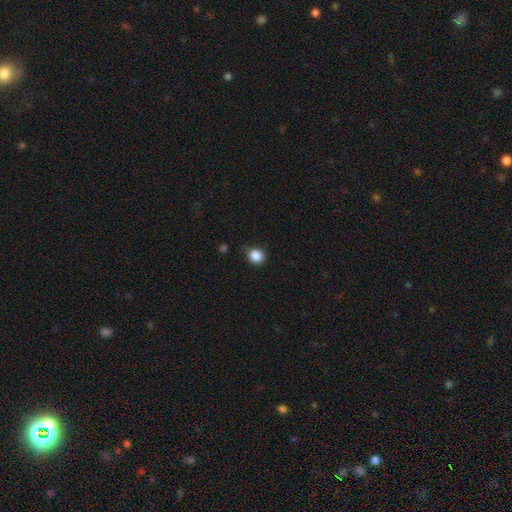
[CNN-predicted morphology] smooth-or-featured: smooth: 87% | star or artifact: 10% | featured or disk: 3%
  how-rounded: round: 73% | in between: 26% | cigar-shaped: 1%
  merging: none: 80% | minor disturbance: 15% | major disturbance: 3% | merger: 1%